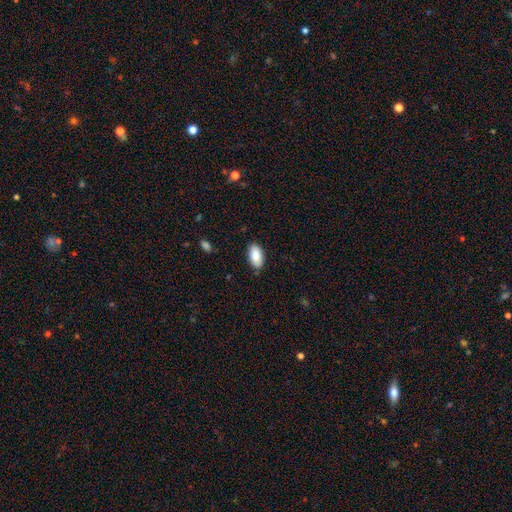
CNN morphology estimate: Smooth or featured?
  - smooth: 87% *
  - star or artifact: 6%
  - featured or disk: 6%
How rounded?
  - in between: 94% *
  - cigar-shaped: 3%
  - round: 2%
Merging?
  - none: 84% *
  - minor disturbance: 12%
  - major disturbance: 2%
  - merger: 1%